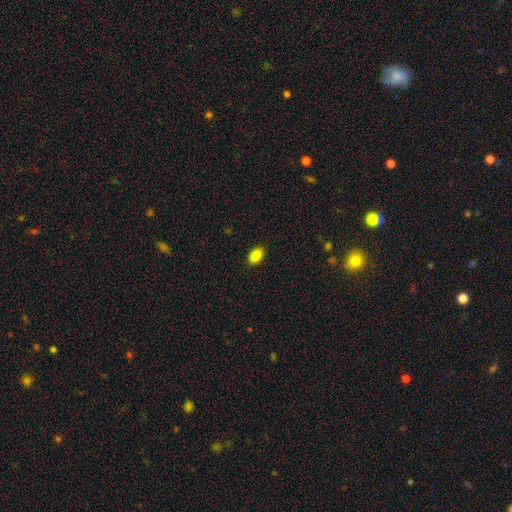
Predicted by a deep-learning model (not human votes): A smooth galaxy with no disk features (88%) that is in between round and cigar-shaped (91%).

Vote fractions:
- Smooth or featured? smooth: 88% / star or artifact: 9% / featured or disk: 3%
- How rounded? in between: 91% / round: 7% / cigar-shaped: 2%
- Merging? none: 88% / minor disturbance: 9% / major disturbance: 2% / merger: 1%